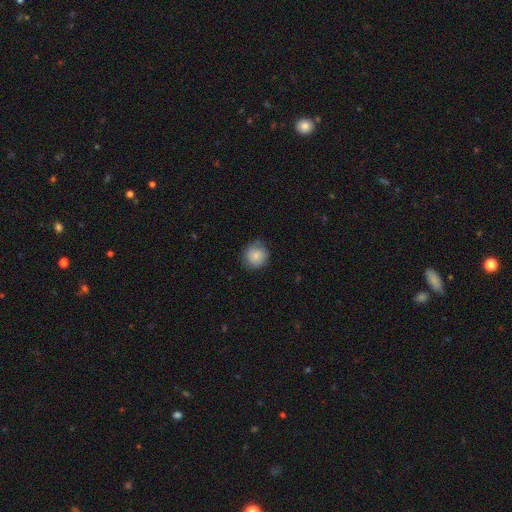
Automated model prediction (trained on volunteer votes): Smooth or featured? Predicted: smooth (p=0.78). How rounded? Predicted: round (p=0.88). Merging? Predicted: none (p=0.76).